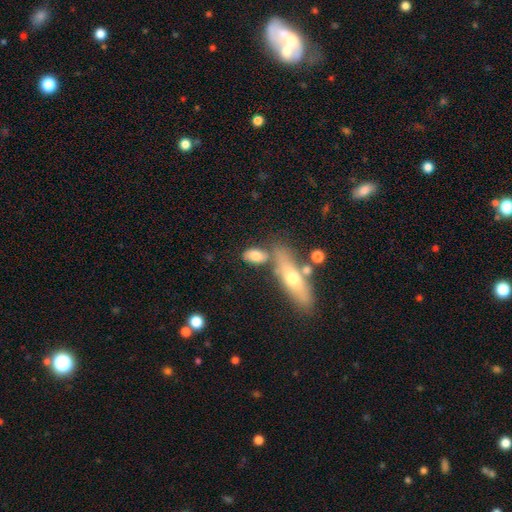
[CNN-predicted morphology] This is likely a smooth galaxy (71%). How rounded: clearly in between (83%). Merging: possibly none (57%).